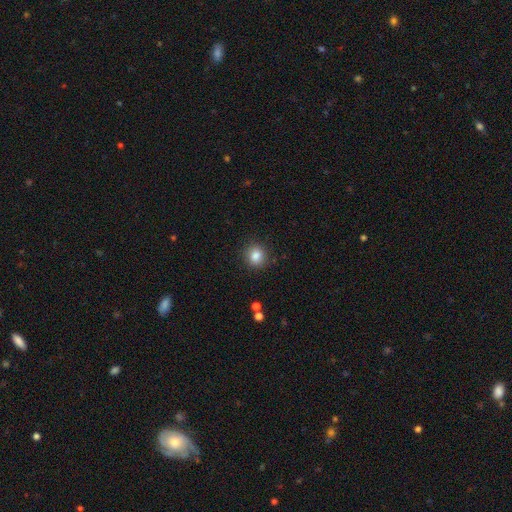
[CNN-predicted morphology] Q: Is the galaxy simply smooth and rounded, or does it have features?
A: smooth — 84%.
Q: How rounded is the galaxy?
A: round — 85%.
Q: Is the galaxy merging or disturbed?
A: none — 88%.